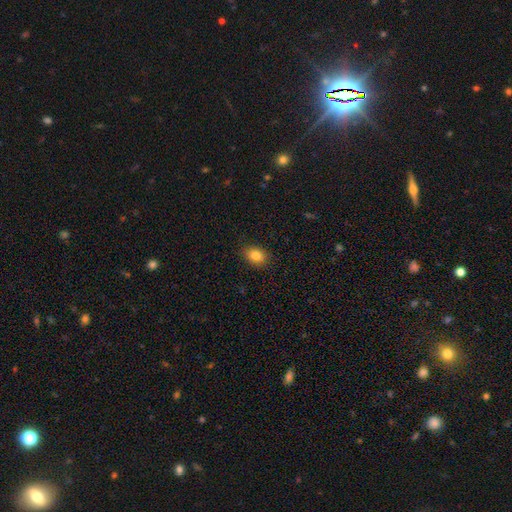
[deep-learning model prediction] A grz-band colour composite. It shows a smooth galaxy with no disk features (84%) that is in between round and cigar-shaped (74%). Merging: none (88%).